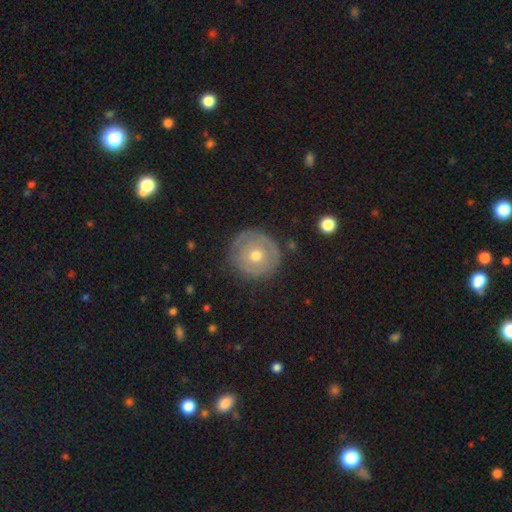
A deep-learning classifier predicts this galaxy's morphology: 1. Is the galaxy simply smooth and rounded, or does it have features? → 52% featured or disk, 40% smooth, 7% star or artifact.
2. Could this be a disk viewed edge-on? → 96% no, 4% yes.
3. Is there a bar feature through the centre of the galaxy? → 88% no, 9% weak, 3% strong.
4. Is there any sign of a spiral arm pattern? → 59% no, 41% yes.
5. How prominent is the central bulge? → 67% moderate, 28% small, 3% large, 1% none, 1% dominant.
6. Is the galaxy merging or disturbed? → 78% none, 15% minor disturbance, 5% major disturbance, 2% merger.